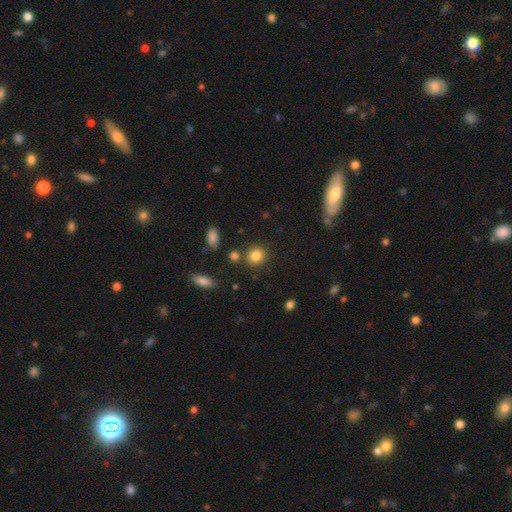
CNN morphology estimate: Q: Smooth or featured?
A: smooth (84%); runner-up: star or artifact (10%)
Q: How rounded?
A: round (81%); runner-up: in between (18%)
Q: Merging?
A: none (82%); runner-up: minor disturbance (9%)